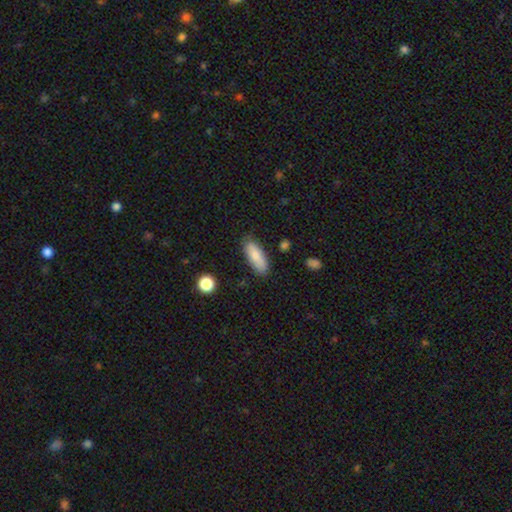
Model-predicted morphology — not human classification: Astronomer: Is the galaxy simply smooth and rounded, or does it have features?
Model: smooth — 81%.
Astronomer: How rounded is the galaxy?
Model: in between — 68%.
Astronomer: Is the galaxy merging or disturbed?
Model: none — 81%.